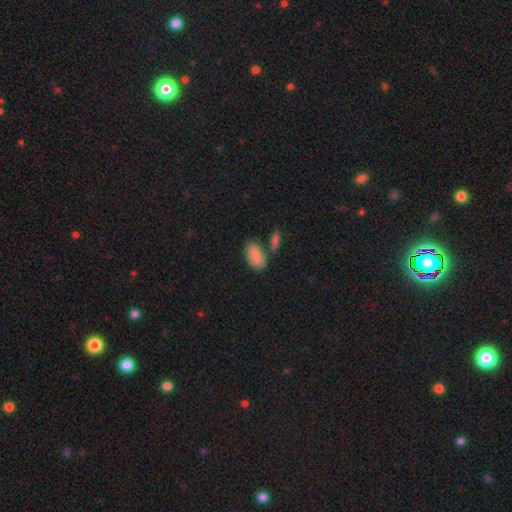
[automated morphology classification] smooth_or_featured: smooth (p=0.85) [alt: featured or disk p=0.07]
how_rounded: in between (p=0.93) [alt: round p=0.04]
merging: none (p=0.60) [alt: merger p=0.18]